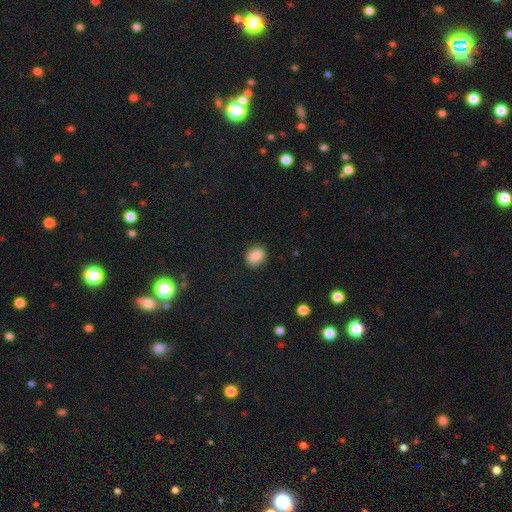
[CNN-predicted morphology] smooth-or-featured: smooth: 86% | star or artifact: 9% | featured or disk: 5%
  how-rounded: in between: 57% | round: 42% | cigar-shaped: 1%
  merging: none: 84% | minor disturbance: 12% | major disturbance: 3% | merger: 1%